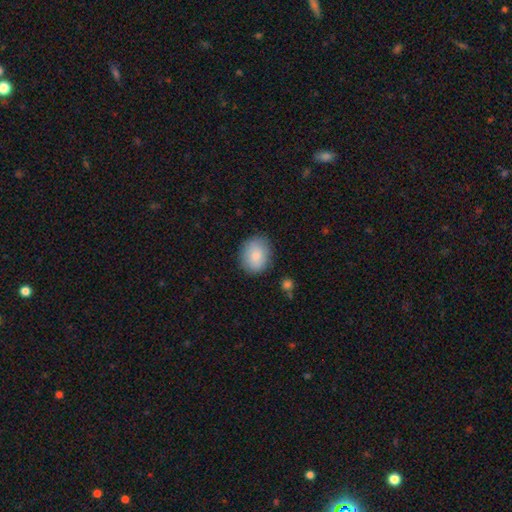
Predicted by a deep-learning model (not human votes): The model was most divided on "how rounded": in between: 50%, round: 49%, cigar-shaped: 1%. More confident: smooth or featured — smooth (82%); merging — none (82%).